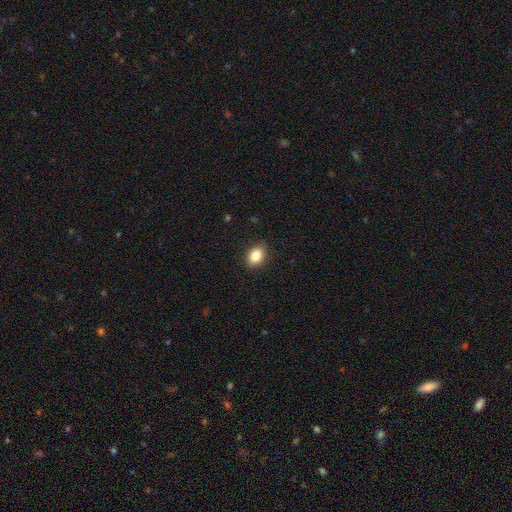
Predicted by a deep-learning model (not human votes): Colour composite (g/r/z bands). It shows a smooth galaxy with no disk features (85%) that is in between round and cigar-shaped (73%). Merging: none (86%).